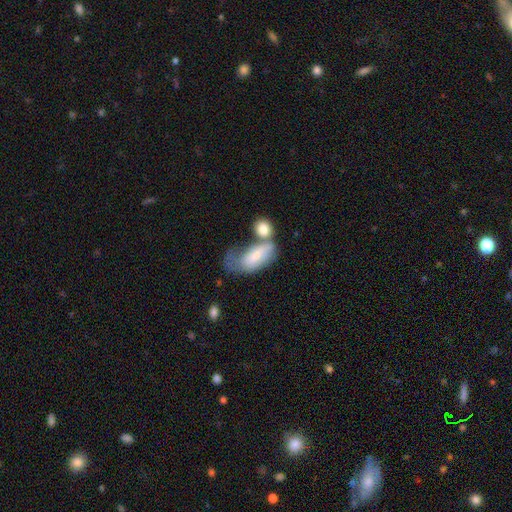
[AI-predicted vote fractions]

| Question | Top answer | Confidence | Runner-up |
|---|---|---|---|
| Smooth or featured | smooth | 64% | featured or disk (30%) |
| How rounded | in between | 87% | cigar-shaped (8%) |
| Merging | merger | 40% | major disturbance (25%) |